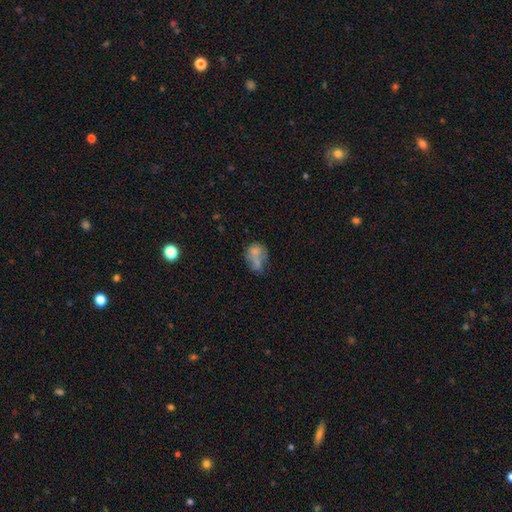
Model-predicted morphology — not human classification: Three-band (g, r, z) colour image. It shows a smooth galaxy with no disk features (62%) that is in between round and cigar-shaped (57%). Merging: merger (35%).